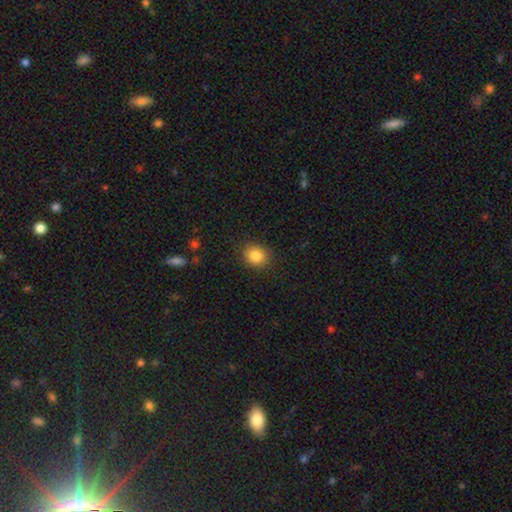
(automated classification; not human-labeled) This is clearly a smooth galaxy (85%). How rounded: likely round (73%). Merging: clearly none (87%).